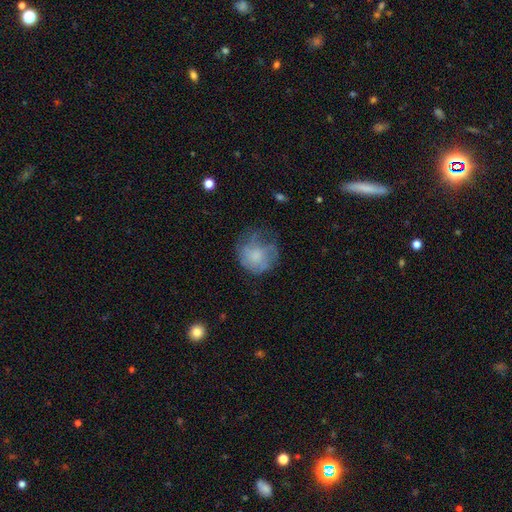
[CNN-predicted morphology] A smooth galaxy with no disk features (59%) that is round (80%).

Vote fractions:
- Smooth or featured? smooth: 59% / featured or disk: 32% / star or artifact: 9%
- How rounded? round: 80% / in between: 19% / cigar-shaped: 1%
- Merging? none: 46% / minor disturbance: 28% / major disturbance: 24% / merger: 2%